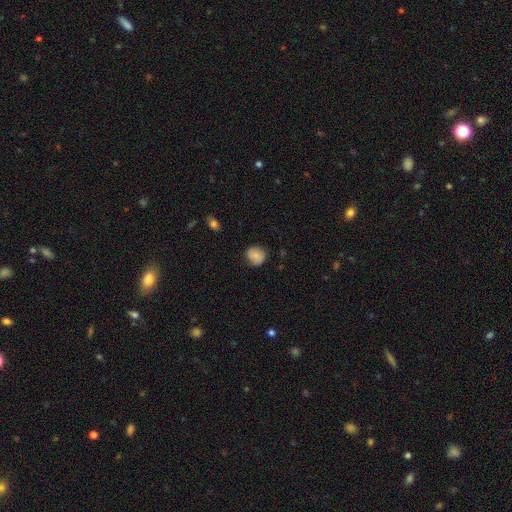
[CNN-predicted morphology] This appears to be a smooth galaxy with no disk features (81%) that is round (76%). Merging: none (77%).